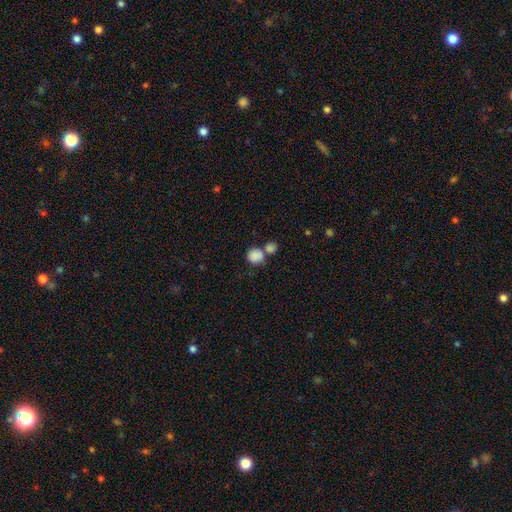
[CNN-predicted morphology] type=smooth (85%); roundness=round (80%); merging=merger (44%).